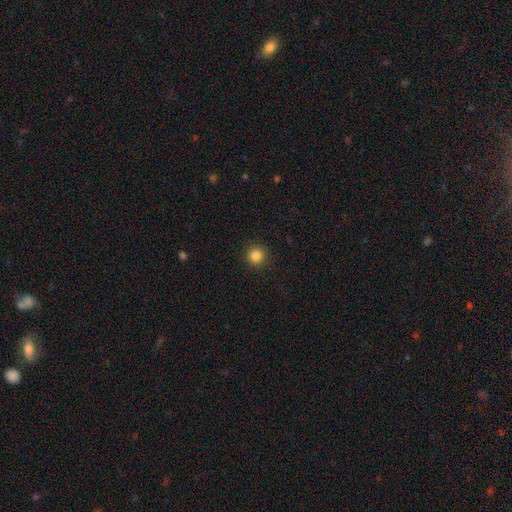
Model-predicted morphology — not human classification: smooth-or-featured: smooth: 86% | star or artifact: 11% | featured or disk: 3%
  how-rounded: round: 95% | in between: 5% | cigar-shaped: 1%
  merging: none: 91% | minor disturbance: 6% | major disturbance: 2% | merger: 1%